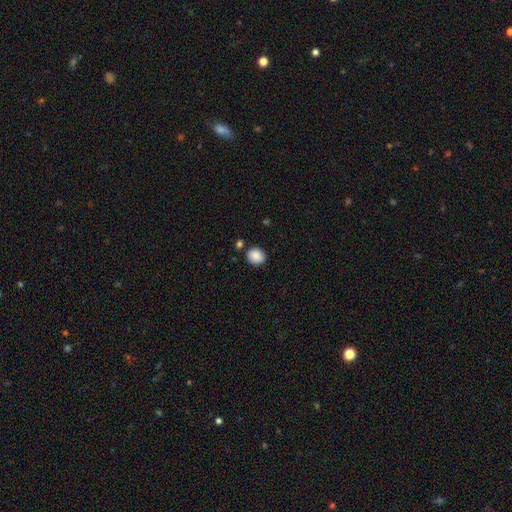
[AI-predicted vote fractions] Overall: smooth (89%). How rounded: round (70%). Merging: none (83%).